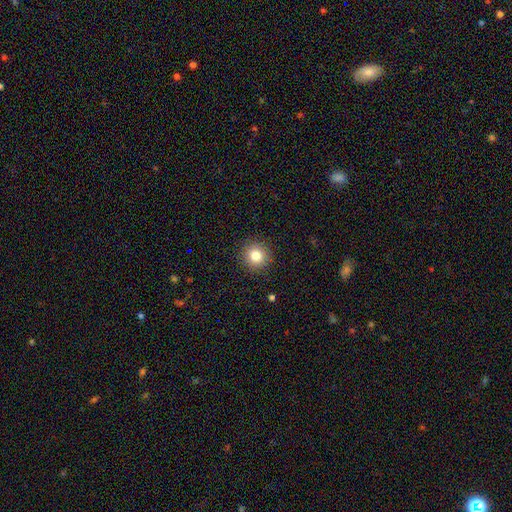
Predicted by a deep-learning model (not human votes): Overall: smooth (82%). How rounded: round (92%). Merging: none (91%).